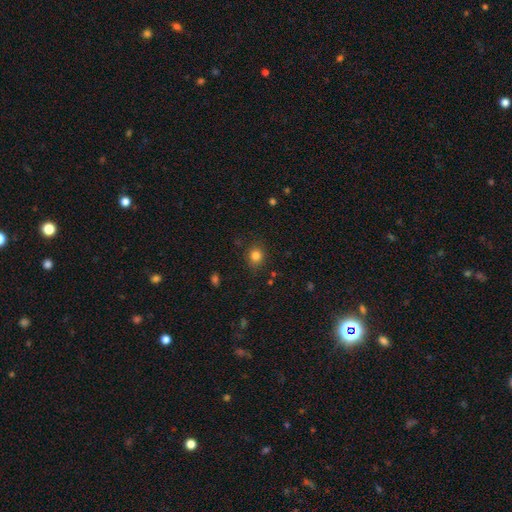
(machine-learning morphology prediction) smooth 81%, star or artifact 13%, featured or disk 6%. Down the decision tree: how rounded — round (72%); merging — none (85%).